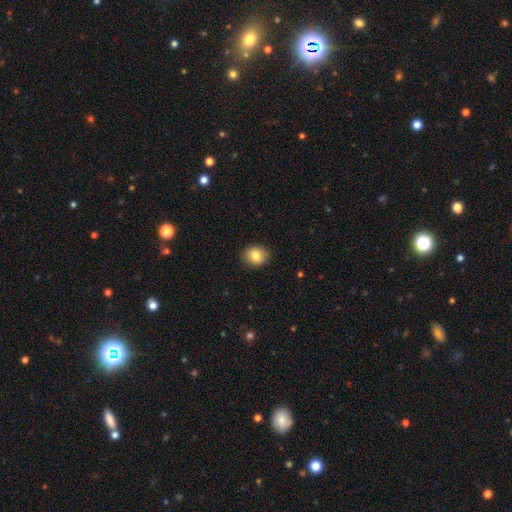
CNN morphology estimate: Smooth or featured? Predicted: smooth (p=0.83). How rounded? Predicted: round (p=0.70). Merging? Predicted: none (p=0.89).